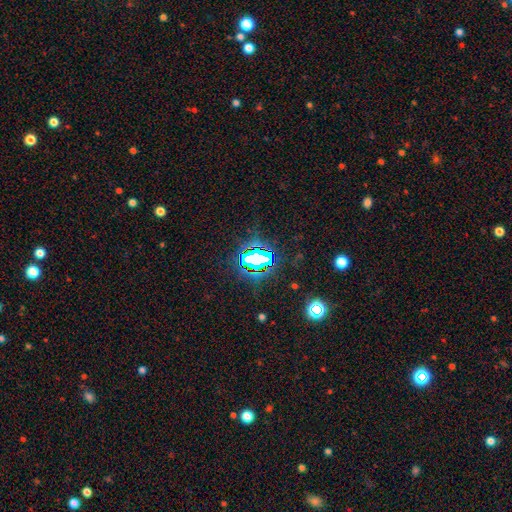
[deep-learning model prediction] A star or artifact, not a galaxy (74%).